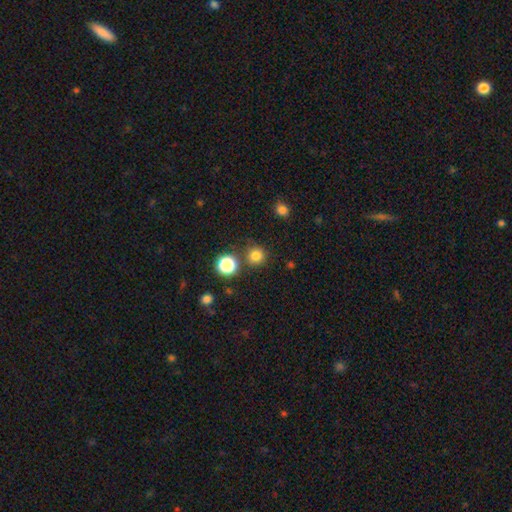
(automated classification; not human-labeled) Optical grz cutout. It shows a smooth galaxy with no disk features (80%) that is round (93%). Merging: none (83%).